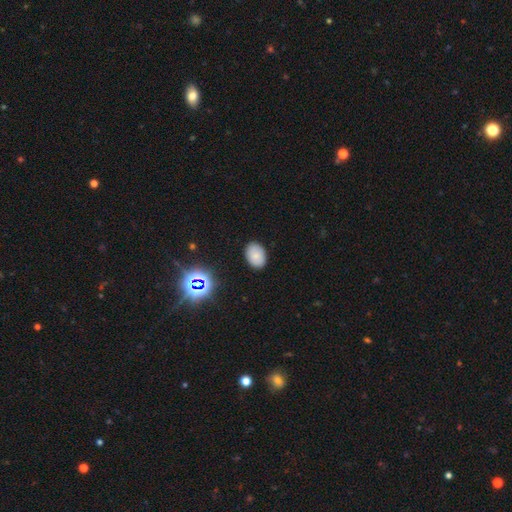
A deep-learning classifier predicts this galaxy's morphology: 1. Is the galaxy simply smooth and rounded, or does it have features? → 79% smooth, 12% star or artifact, 9% featured or disk.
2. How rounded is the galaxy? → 83% in between, 16% round, 1% cigar-shaped.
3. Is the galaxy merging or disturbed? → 87% none, 10% minor disturbance, 2% major disturbance, 1% merger.